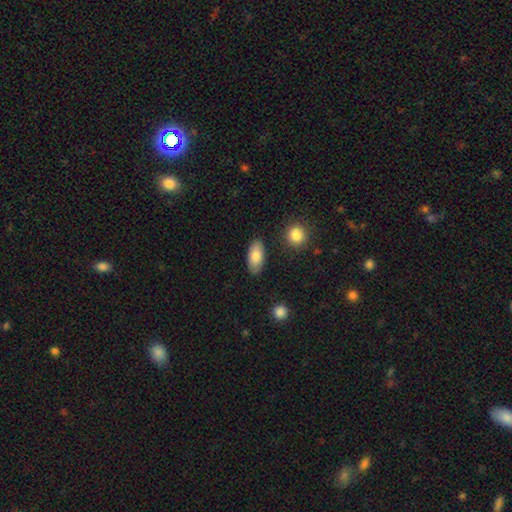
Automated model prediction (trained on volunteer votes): This appears to be a smooth galaxy with no disk features (81%) that is in between round and cigar-shaped (91%). Merging: none (85%).